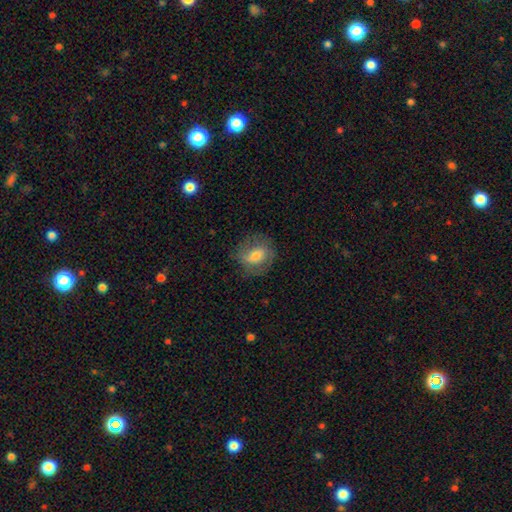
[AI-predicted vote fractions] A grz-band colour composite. It shows a smooth galaxy with no disk features (54%) that is round (61%). Merging: none (72%).